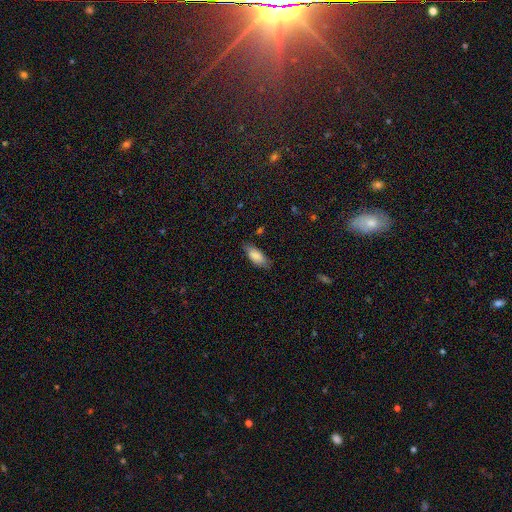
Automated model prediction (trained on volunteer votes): smooth_or_featured: smooth (p=0.83) [alt: featured or disk p=0.10]
how_rounded: in between (p=0.82) [alt: cigar-shaped p=0.16]
merging: none (p=0.74) [alt: minor disturbance p=0.21]